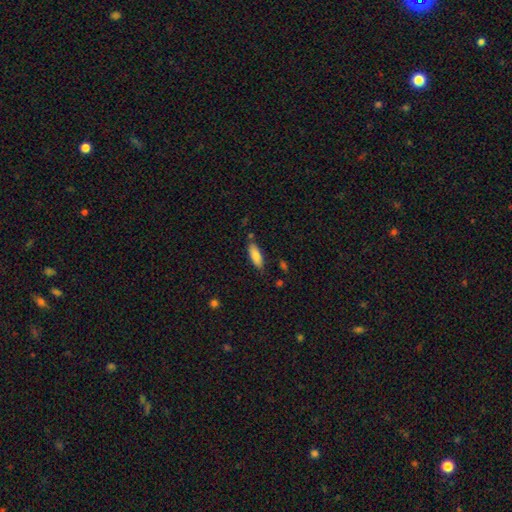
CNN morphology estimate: Smooth or featured? Predicted: smooth (p=0.83). How rounded? Predicted: in between (p=0.71). Merging? Predicted: none (p=0.78).